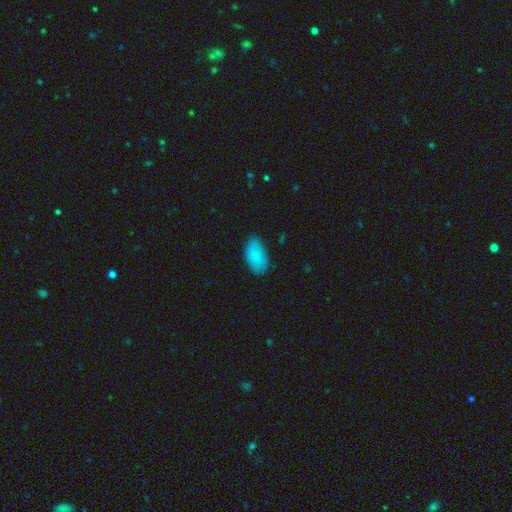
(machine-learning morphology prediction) Overall: smooth (85%). How rounded: in between (94%). Merging: none (77%).